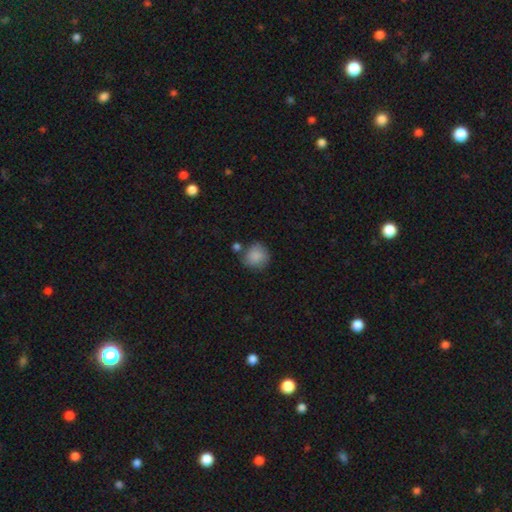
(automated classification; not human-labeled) Smooth or featured? Predicted: smooth (p=0.86). How rounded? Predicted: round (p=0.86). Merging? Predicted: none (p=0.66).